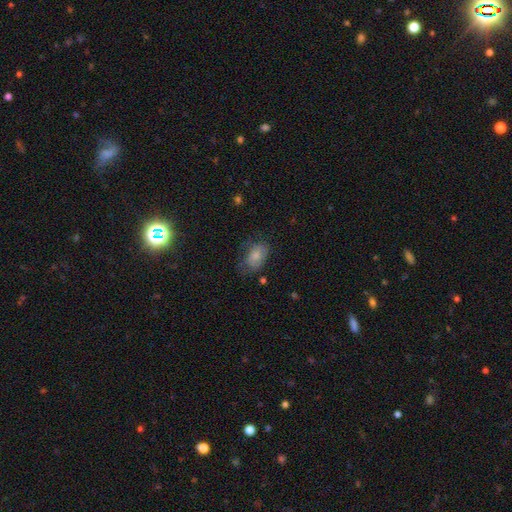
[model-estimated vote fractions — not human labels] Smooth or featured? Predicted: smooth (p=0.73). How rounded? Predicted: in between (p=0.86). Merging? Predicted: none (p=0.49).